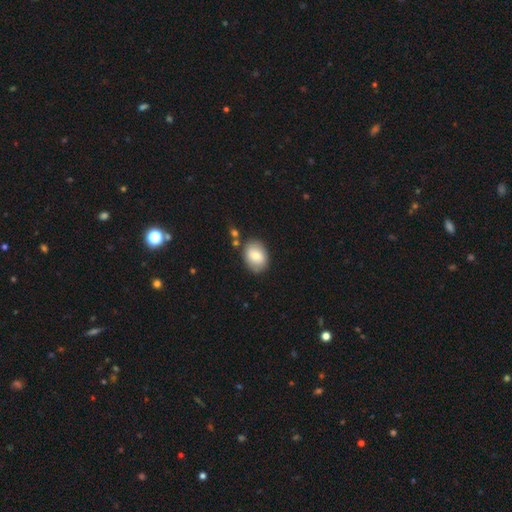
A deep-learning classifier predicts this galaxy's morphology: smooth-or-featured: smooth: 80% | featured or disk: 14% | star or artifact: 7%
  how-rounded: in between: 72% | round: 27% | cigar-shaped: 1%
  merging: none: 80% | minor disturbance: 13% | merger: 4% | major disturbance: 3%